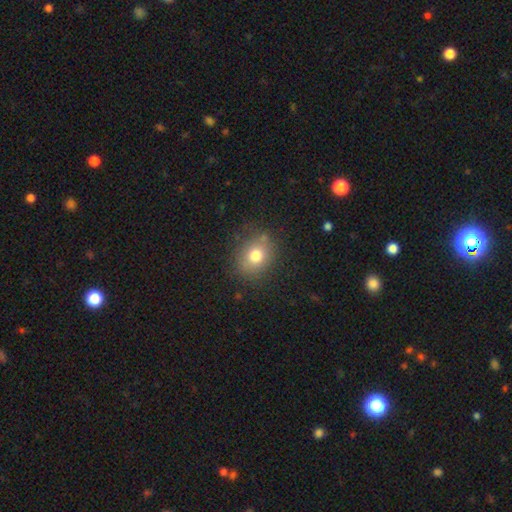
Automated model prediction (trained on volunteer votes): Smooth or featured? Predicted: smooth (p=0.76). How rounded? Predicted: round (p=0.58). Merging? Predicted: none (p=0.80).